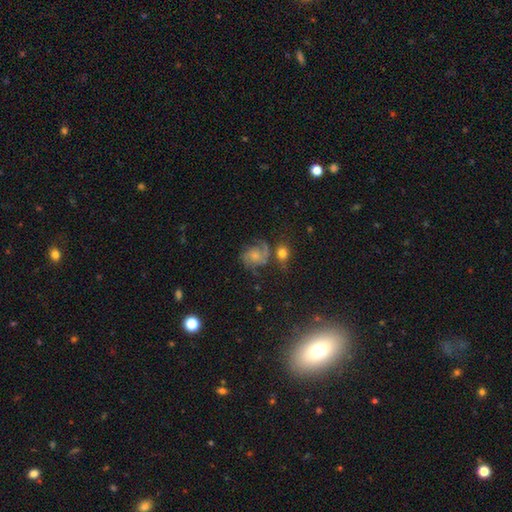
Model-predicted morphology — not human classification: A featured or disk galaxy (64%) with no bar (73%), 2 (60%) medium (48%) spiral arms (91%) and a small central bulge (52%). Merging: none (52%).